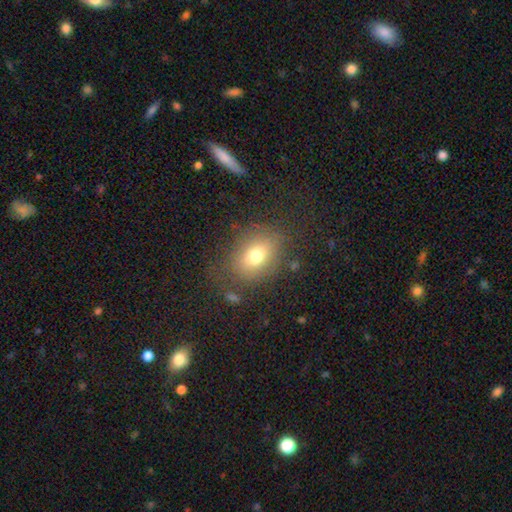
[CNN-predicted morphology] A smooth galaxy with no disk features (73%) that is in between round and cigar-shaped (65%). Merging: none (75%).